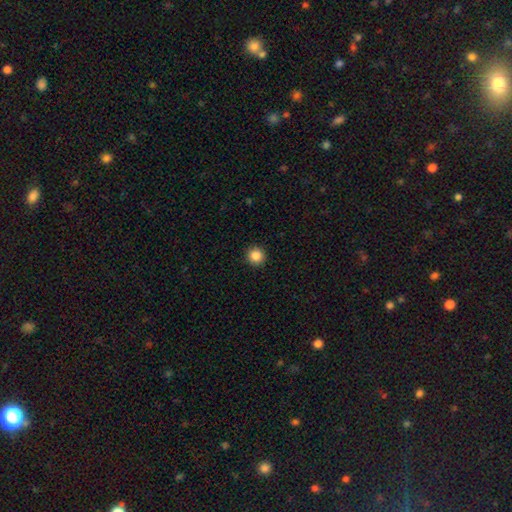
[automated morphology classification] Smooth or featured?
  - smooth: 86% *
  - star or artifact: 10%
  - featured or disk: 3%
How rounded?
  - round: 95% *
  - in between: 4%
  - cigar-shaped: 1%
Merging?
  - none: 93% *
  - minor disturbance: 5%
  - major disturbance: 2%
  - merger: 1%